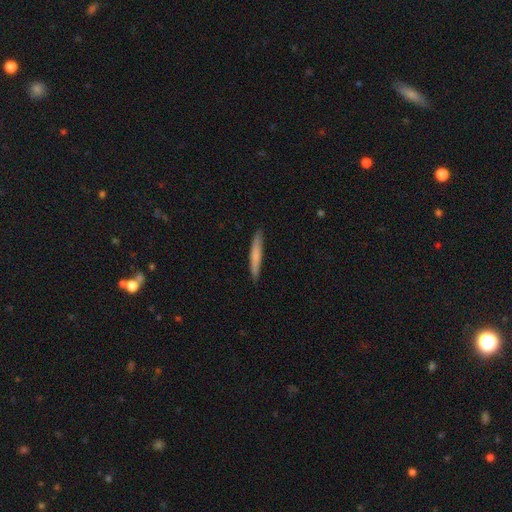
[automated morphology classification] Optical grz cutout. It shows a smooth galaxy with no disk features (70%) that is cigar-shaped (95%). Merging: none (90%).